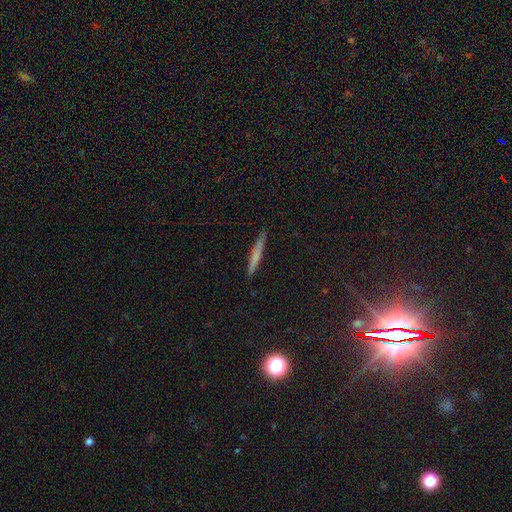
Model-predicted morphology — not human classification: This is possibly a smooth galaxy (59%). How rounded: clearly cigar-shaped (96%). Merging: clearly none (90%).